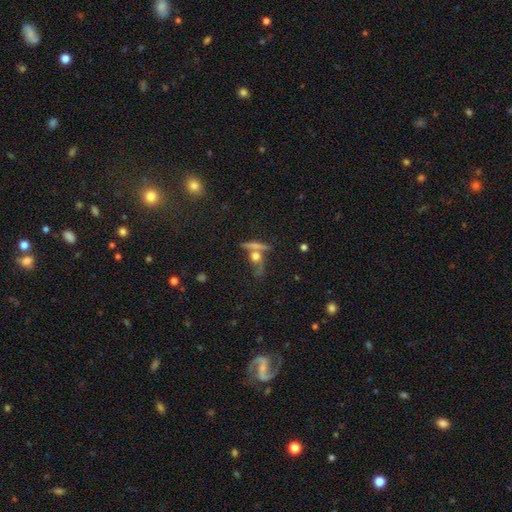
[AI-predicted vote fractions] Q: Smooth or featured?
A: smooth (43%); runner-up: featured or disk (41%)
Q: Merging?
A: none (51%); runner-up: merger (28%)